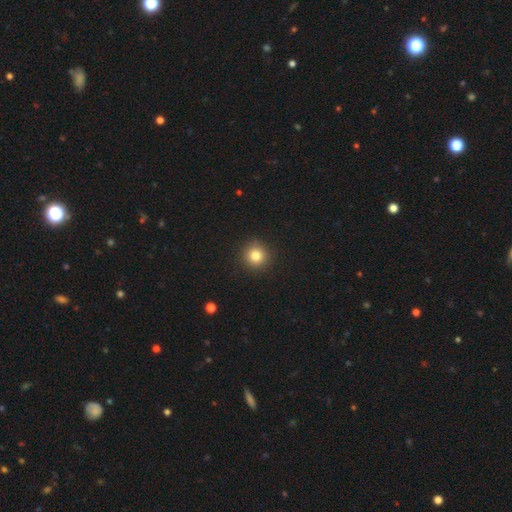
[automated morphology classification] A smooth galaxy with no disk features (82%) that is round (94%).

Vote fractions:
- Smooth or featured? smooth: 82% / star or artifact: 12% / featured or disk: 6%
- How rounded? round: 94% / in between: 5% / cigar-shaped: 1%
- Merging? none: 92% / minor disturbance: 5% / major disturbance: 2% / merger: 1%